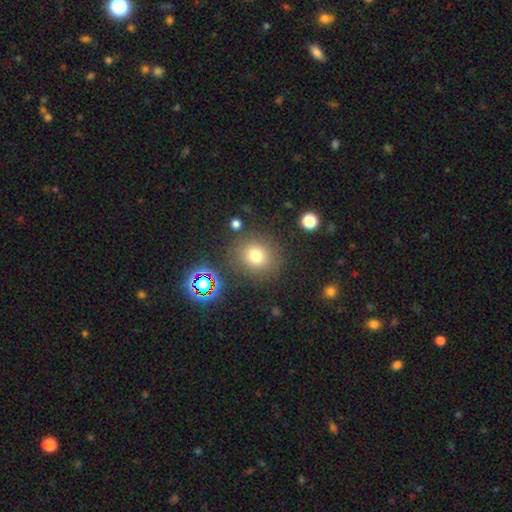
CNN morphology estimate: Smooth or featured? Predicted: smooth (p=0.74). How rounded? Predicted: round (p=0.85). Merging? Predicted: none (p=0.84).